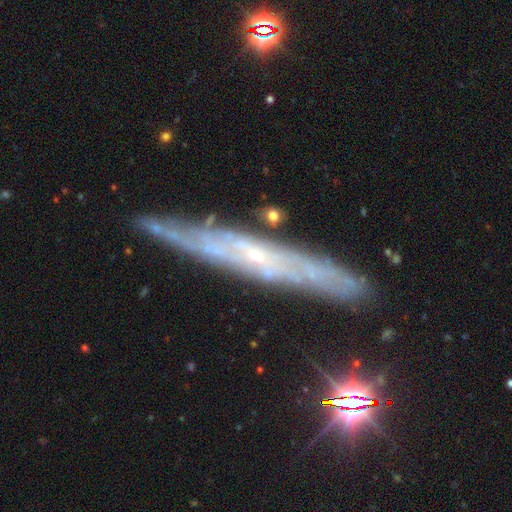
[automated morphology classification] featured or disk 79%, smooth 13%, star or artifact 8%. Down the decision tree: edge-on disk — yes (68%); edge-on bulge — none (61%); merging — none (82%).